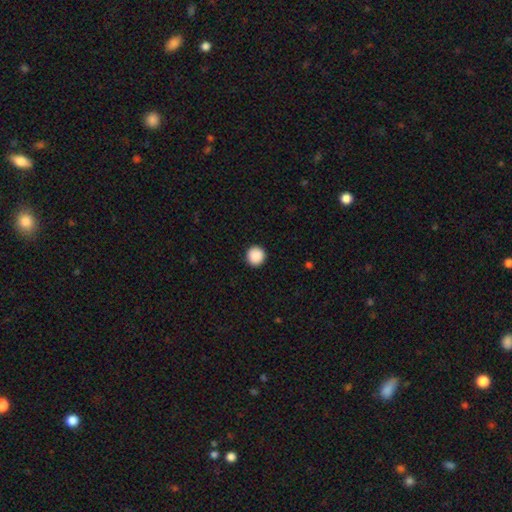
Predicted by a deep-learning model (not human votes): smooth 90%, star or artifact 8%, featured or disk 2%. Down the decision tree: how rounded — round (96%); merging — none (93%).